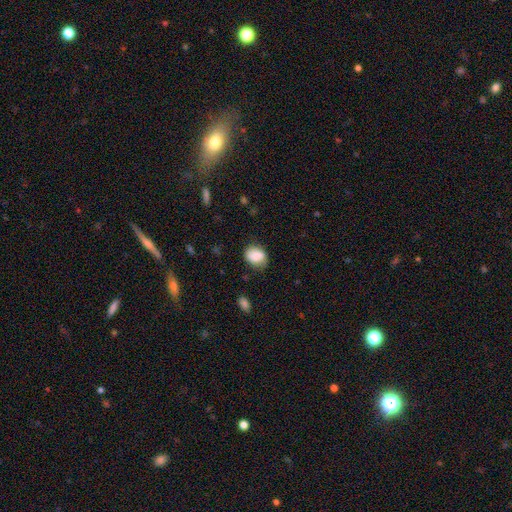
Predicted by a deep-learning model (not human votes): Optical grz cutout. It shows a smooth galaxy with no disk features (85%) that is in between round and cigar-shaped (56%). Merging: none (60%).